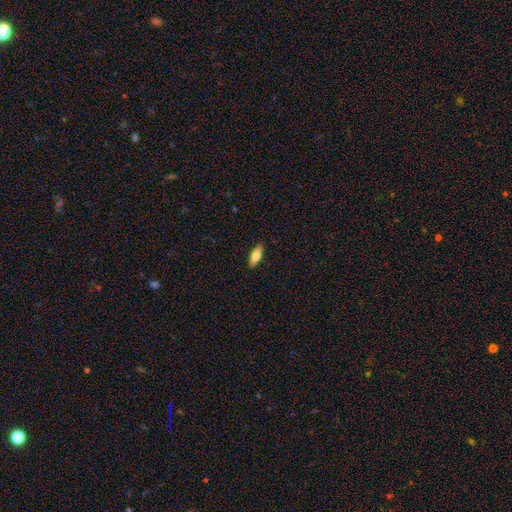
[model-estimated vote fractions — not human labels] smooth_or_featured: smooth (p=0.70) [alt: featured or disk p=0.24]
how_rounded: in between (p=0.67) [alt: cigar-shaped p=0.30]
merging: none (p=0.90) [alt: minor disturbance p=0.08]